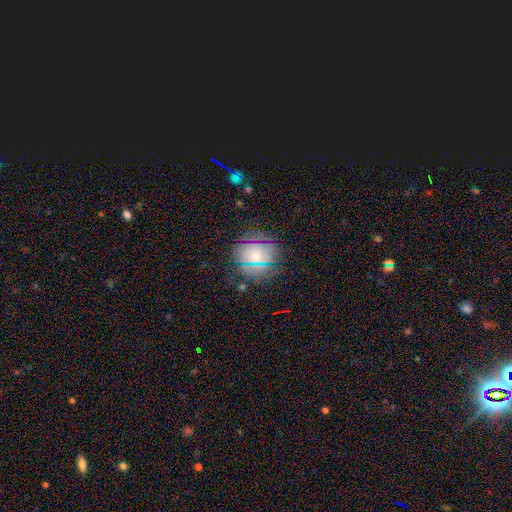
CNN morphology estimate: smooth-or-featured: smooth: 60% | featured or disk: 20% | star or artifact: 19%
  how-rounded: round: 86% | in between: 13% | cigar-shaped: 1%
  merging: none: 80% | minor disturbance: 14% | major disturbance: 4% | merger: 2%